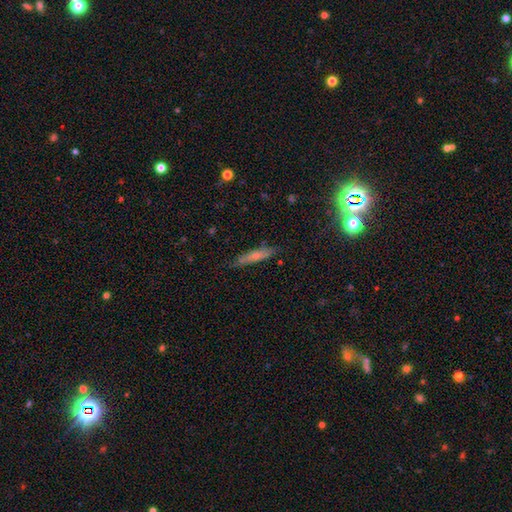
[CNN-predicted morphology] The model was most divided on "smooth or featured": smooth: 53%, featured or disk: 38%, star or artifact: 9%. More confident: how rounded — cigar-shaped (82%); merging — none (76%).